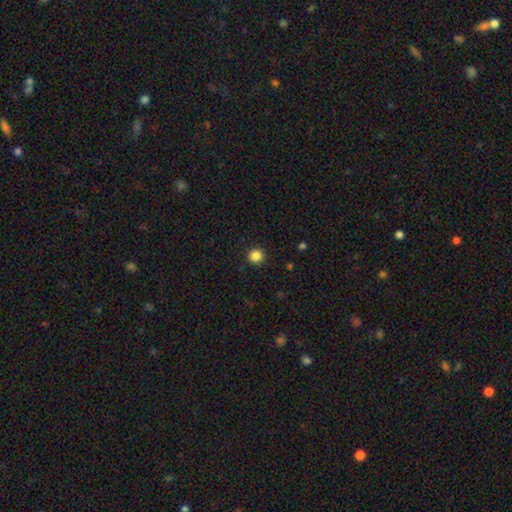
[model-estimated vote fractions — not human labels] A smooth galaxy with no disk features (85%) that is round (96%).

Vote fractions:
- Smooth or featured? smooth: 85% / star or artifact: 11% / featured or disk: 3%
- How rounded? round: 96% / in between: 3% / cigar-shaped: 1%
- Merging? none: 93% / minor disturbance: 4% / major disturbance: 2% / merger: 1%